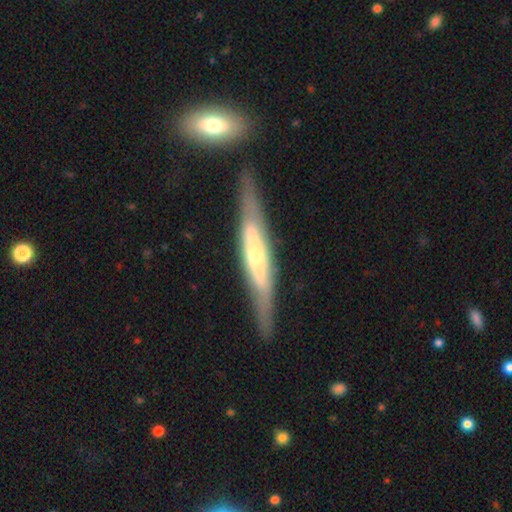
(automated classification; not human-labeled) A featured or disk galaxy (73%) viewed edge-on (85%) with a rounded central bulge (73%).

Vote fractions:
- Smooth or featured? featured or disk: 73% / smooth: 21% / star or artifact: 6%
- Edge-on disk? yes: 85% / no: 15%
- Edge-on bulge? rounded: 73% / none: 15% / boxy: 12%
- Merging? none: 78% / minor disturbance: 14% / major disturbance: 4% / merger: 4%